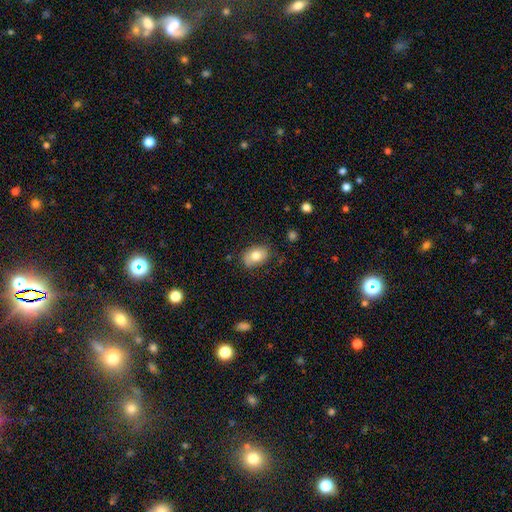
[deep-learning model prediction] smooth_or_featured: smooth (p=0.78) [alt: featured or disk p=0.14]
how_rounded: in between (p=0.78) [alt: round p=0.21]
merging: none (p=0.76) [alt: minor disturbance p=0.18]